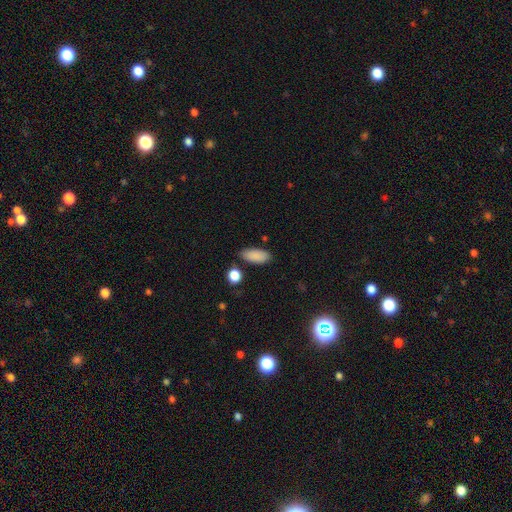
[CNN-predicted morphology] Q: Smooth or featured?
A: smooth (88%); runner-up: star or artifact (7%)
Q: How rounded?
A: in between (88%); runner-up: cigar-shaped (10%)
Q: Merging?
A: none (79%); runner-up: minor disturbance (14%)